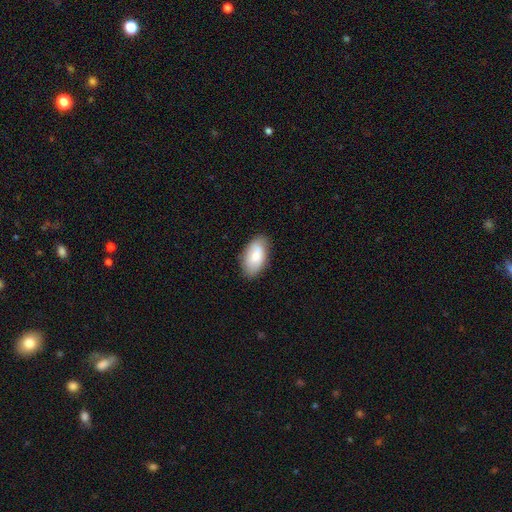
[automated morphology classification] A smooth galaxy with no disk features (76%) that is in between round and cigar-shaped (94%).

Vote fractions:
- Smooth or featured? smooth: 76% / featured or disk: 17% / star or artifact: 6%
- How rounded? in between: 94% / round: 4% / cigar-shaped: 2%
- Merging? none: 81% / minor disturbance: 15% / major disturbance: 3% / merger: 1%